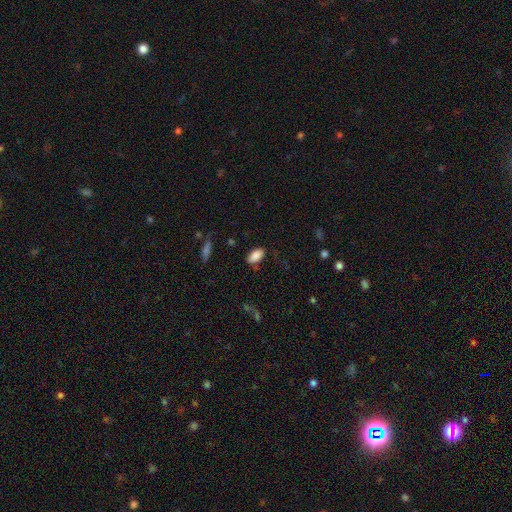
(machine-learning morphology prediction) This is clearly a smooth galaxy (87%). How rounded: clearly in between (92%). Merging: likely none (75%).